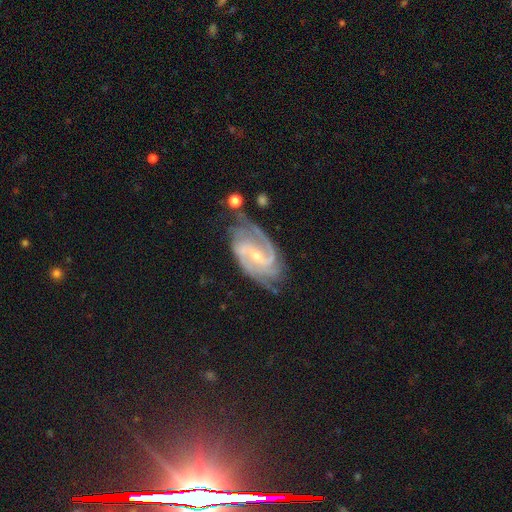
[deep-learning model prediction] Morphology: type=featured or disk (92%); edge-on=no (97%); bar=weak (44%); spiral arms=yes (98%); winding=medium (49%); arm count=2 (61%); bulge=small (66%); merging=none (65%).